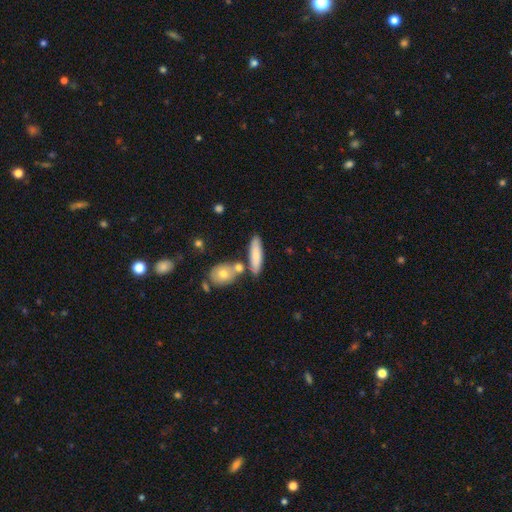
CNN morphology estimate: Q: Smooth or featured?
A: smooth (75%); runner-up: featured or disk (19%)
Q: How rounded?
A: cigar-shaped (60%); runner-up: in between (37%)
Q: Merging?
A: none (67%); runner-up: merger (17%)